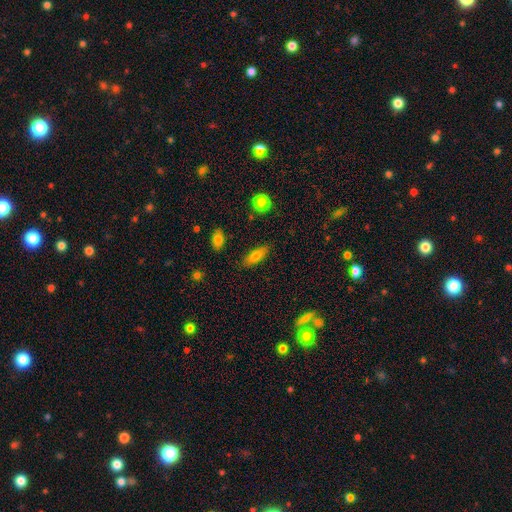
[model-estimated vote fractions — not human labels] smooth-or-featured: smooth: 76% | featured or disk: 16% | star or artifact: 8%
  how-rounded: in between: 69% | cigar-shaped: 28% | round: 3%
  merging: none: 84% | minor disturbance: 11% | major disturbance: 3% | merger: 2%